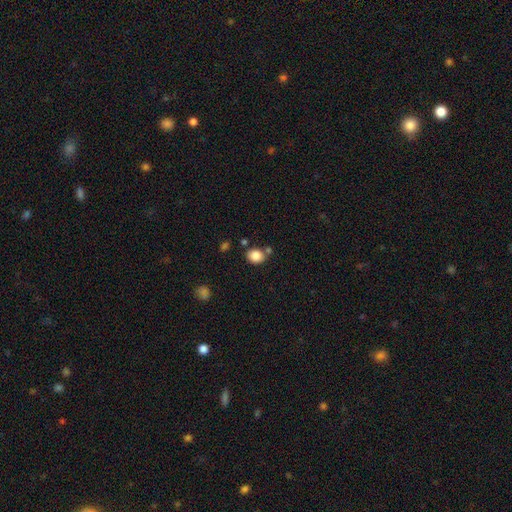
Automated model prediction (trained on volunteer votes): Smooth or featured?
  - smooth: 85% *
  - star or artifact: 10%
  - featured or disk: 6%
How rounded?
  - round: 62% *
  - in between: 37%
  - cigar-shaped: 1%
Merging?
  - none: 70% *
  - merger: 14%
  - minor disturbance: 12%
  - major disturbance: 4%